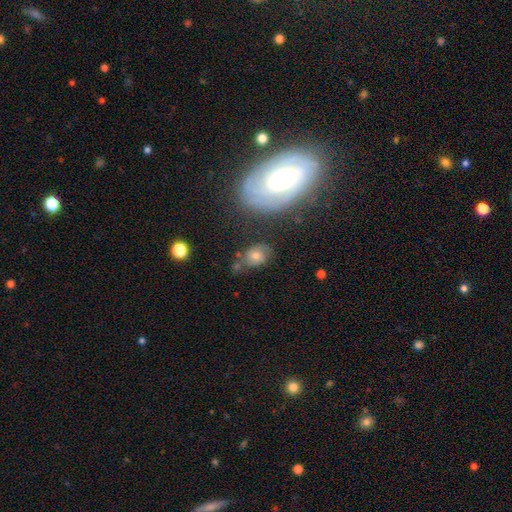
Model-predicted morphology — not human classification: This is possibly a smooth galaxy (58%). How rounded: likely in between (60%). Merging: possibly none (59%).